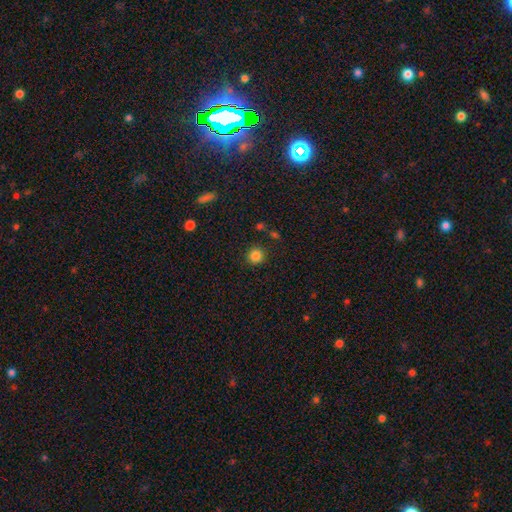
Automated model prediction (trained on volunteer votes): Smooth or featured: smooth — 84% (star or artifact — 12%)
How rounded: round — 93% (in between — 6%)
Merging: none — 88% (minor disturbance — 7%)